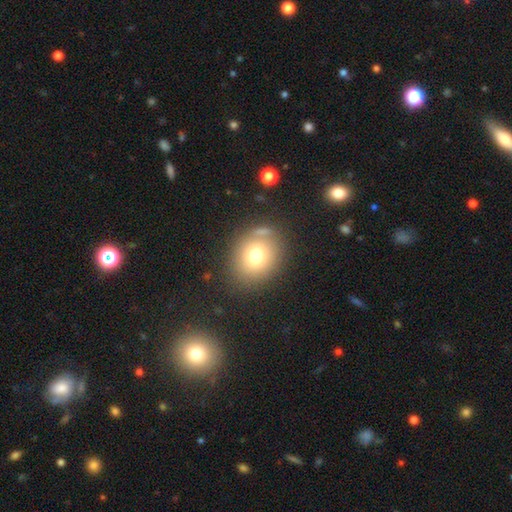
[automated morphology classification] Smooth or featured: smooth — 74% (featured or disk — 13%)
How rounded: round — 59% (in between — 40%)
Merging: none — 74% (minor disturbance — 14%)